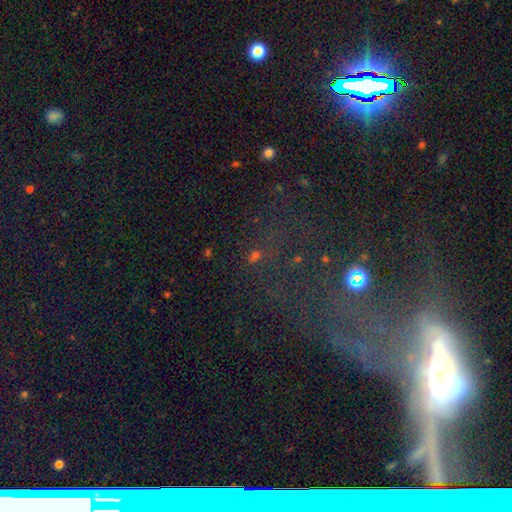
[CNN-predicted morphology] This is possibly a star or artifact rather than a galaxy (53%).